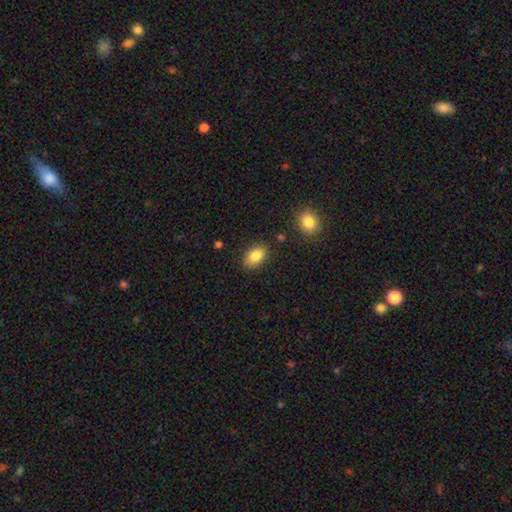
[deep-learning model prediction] Q: Smooth or featured?
A: smooth (86%); runner-up: star or artifact (8%)
Q: How rounded?
A: in between (89%); runner-up: round (10%)
Q: Merging?
A: none (84%); runner-up: minor disturbance (10%)